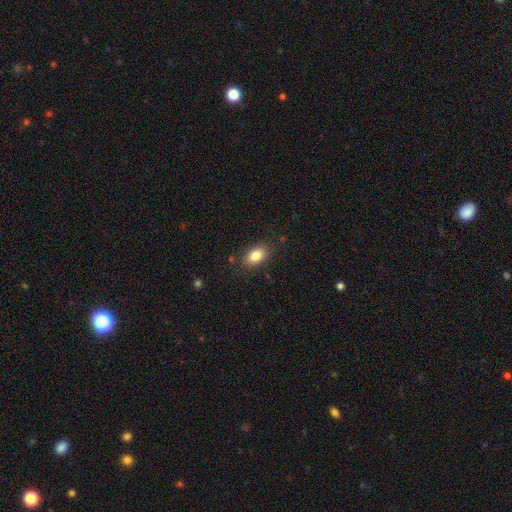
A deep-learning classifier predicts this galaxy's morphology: A smooth galaxy with no disk features (83%) that is in between round and cigar-shaped (88%).

Vote fractions:
- Smooth or featured? smooth: 83% / featured or disk: 9% / star or artifact: 8%
- How rounded? in between: 88% / round: 10% / cigar-shaped: 2%
- Merging? none: 84% / minor disturbance: 12% / major disturbance: 3% / merger: 1%